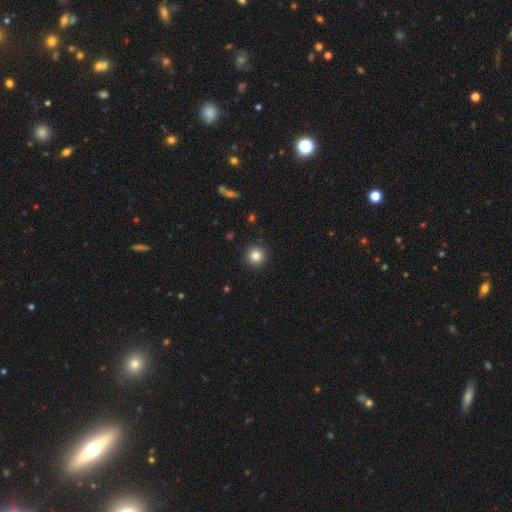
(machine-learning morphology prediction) smooth-or-featured: smooth: 84% | star or artifact: 11% | featured or disk: 5%
  how-rounded: round: 95% | in between: 4% | cigar-shaped: 1%
  merging: none: 91% | minor disturbance: 6% | major disturbance: 2% | merger: 1%